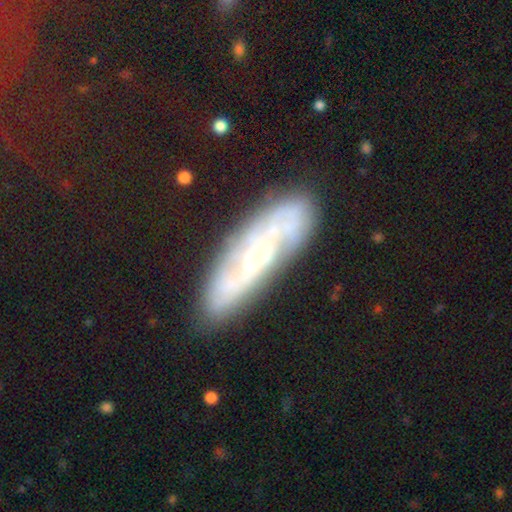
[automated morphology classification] This appears to be a featured or disk galaxy (66%). Merging: none (75%).